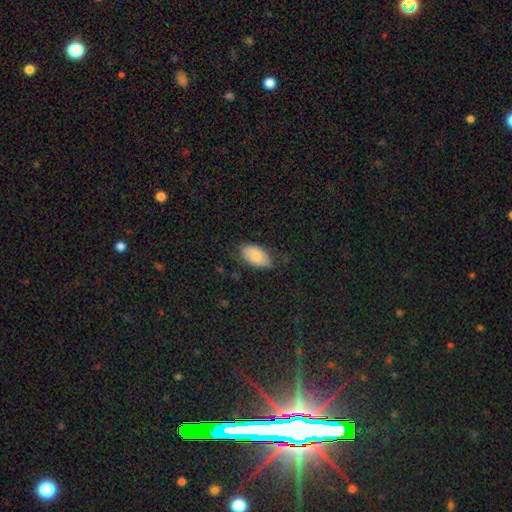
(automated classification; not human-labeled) Smooth or featured? smooth (79%)
How rounded? in between (95%)
Merging? none (67%)